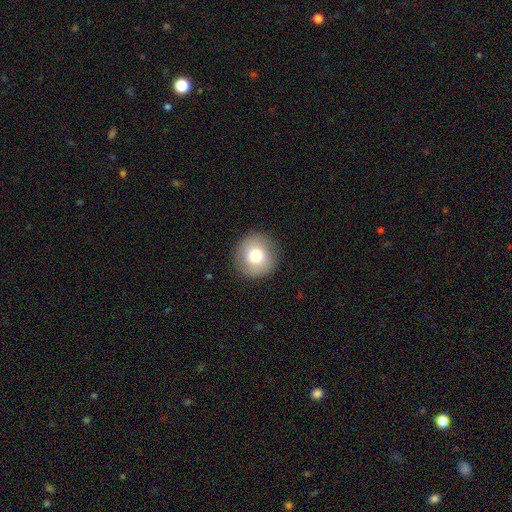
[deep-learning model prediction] smooth-or-featured: smooth: 76% | featured or disk: 16% | star or artifact: 9%
  how-rounded: round: 93% | in between: 6% | cigar-shaped: 1%
  merging: none: 90% | minor disturbance: 7% | major disturbance: 2% | merger: 1%